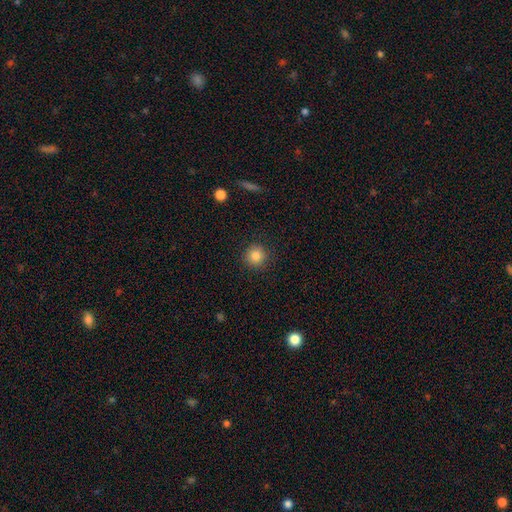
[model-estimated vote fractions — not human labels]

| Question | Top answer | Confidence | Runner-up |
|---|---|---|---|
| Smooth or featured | smooth | 85% | star or artifact (11%) |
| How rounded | round | 93% | in between (6%) |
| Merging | none | 90% | minor disturbance (7%) |